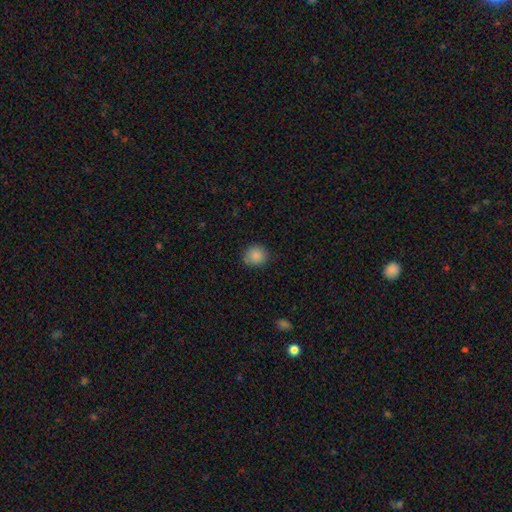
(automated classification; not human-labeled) Morphology: type=smooth (87%); roundness=round (83%); merging=none (81%).